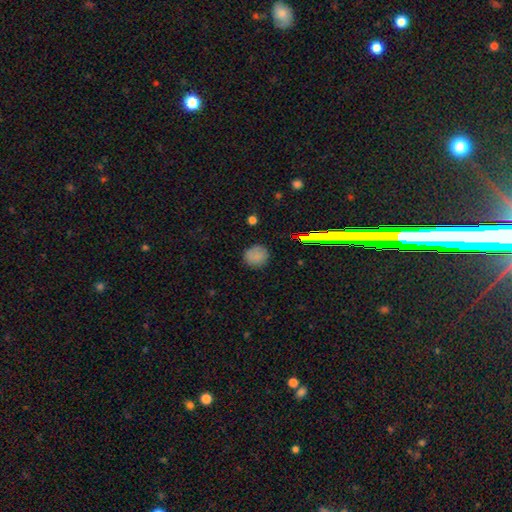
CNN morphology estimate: Q: Smooth or featured?
A: smooth (81%); runner-up: star or artifact (14%)
Q: How rounded?
A: round (84%); runner-up: in between (15%)
Q: Merging?
A: none (86%); runner-up: minor disturbance (10%)